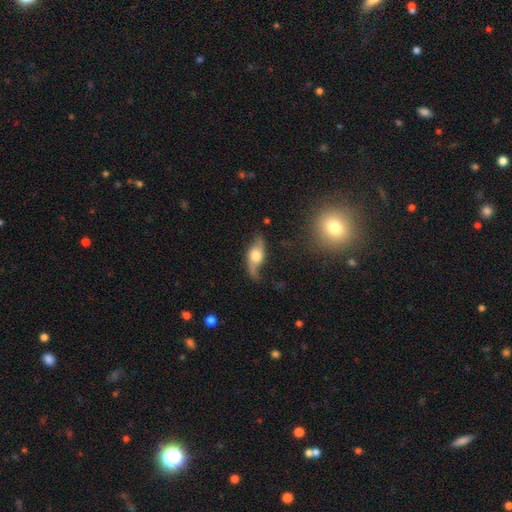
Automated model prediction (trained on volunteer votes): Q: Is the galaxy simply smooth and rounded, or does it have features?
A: featured or disk — 70%.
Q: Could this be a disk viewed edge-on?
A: no — 78%.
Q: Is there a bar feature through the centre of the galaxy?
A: no — 69%.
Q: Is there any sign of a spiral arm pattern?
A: yes — 90%.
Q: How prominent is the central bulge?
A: moderate — 52%.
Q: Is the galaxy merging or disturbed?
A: none — 60%.